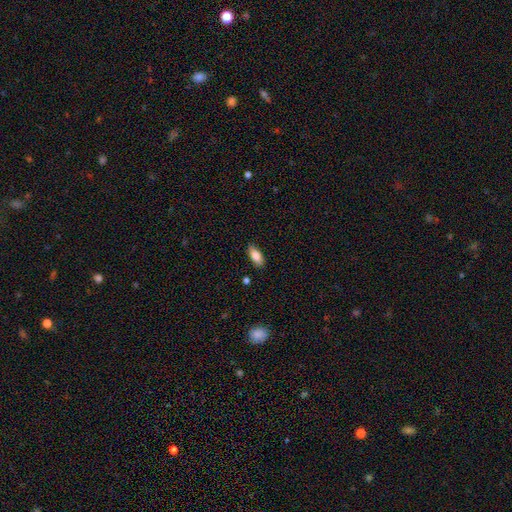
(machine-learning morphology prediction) smooth 83%, featured or disk 10%, star or artifact 7%. Down the decision tree: how rounded — in between (86%); merging — none (86%).